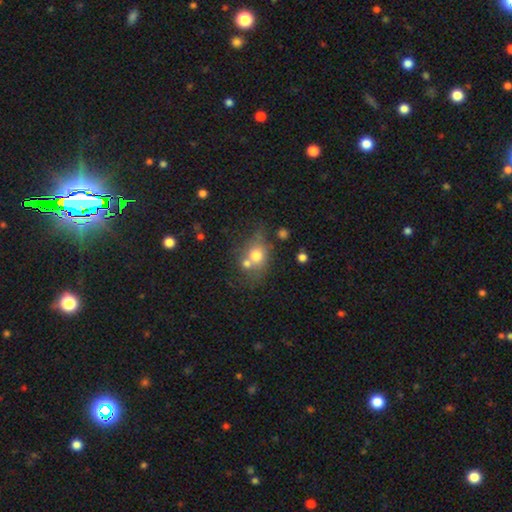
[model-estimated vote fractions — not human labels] This is likely a smooth galaxy (68%). How rounded: possibly round (57%). Merging: marginally none (41%).